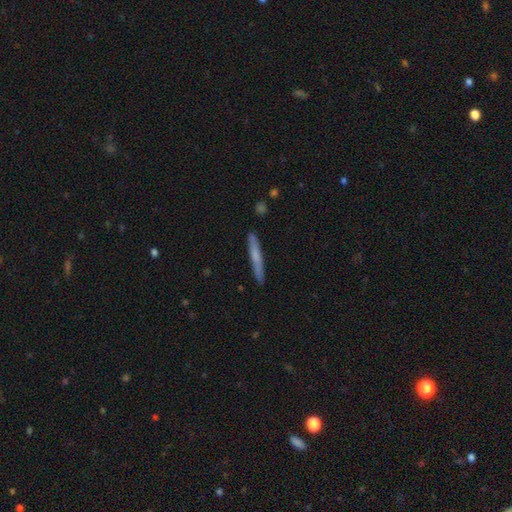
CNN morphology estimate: Q: Smooth or featured?
A: smooth (58%); runner-up: featured or disk (36%)
Q: How rounded?
A: cigar-shaped (96%); runner-up: in between (3%)
Q: Merging?
A: none (89%); runner-up: minor disturbance (8%)